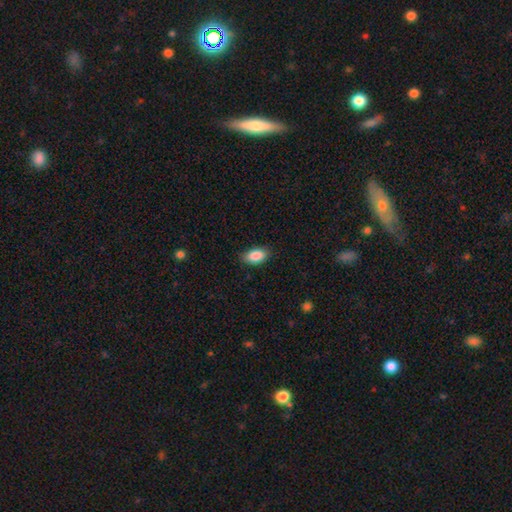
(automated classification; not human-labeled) Morphology: type=smooth (89%); roundness=in between (93%); merging=none (87%).